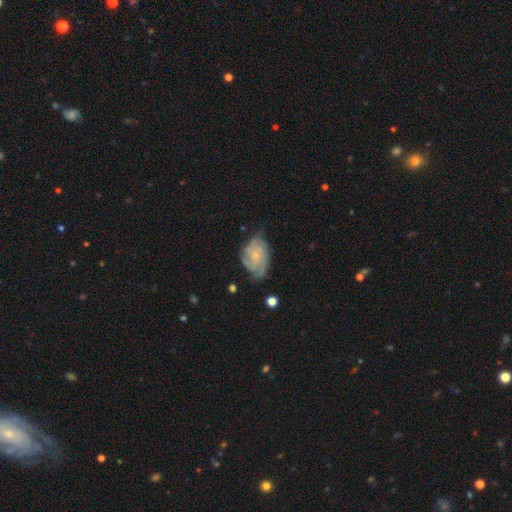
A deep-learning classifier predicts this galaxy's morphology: Overall: featured or disk (70%). Edge-on disk: no (97%). Bar: no (72%). Spiral arms: yes (91%). Spiral arm count: can't tell (32%; 3 28%). Spiral winding: tight (53%; medium 36%). Bulge size: small (57%; moderate 23%). Merging: none (62%; minor disturbance 27%).